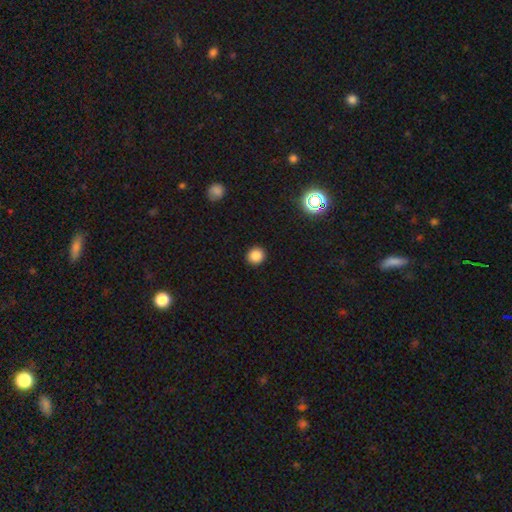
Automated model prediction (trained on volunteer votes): A smooth galaxy with no disk features (86%) that is round (90%).

Vote fractions:
- Smooth or featured? smooth: 86% / star or artifact: 11% / featured or disk: 3%
- How rounded? round: 90% / in between: 9% / cigar-shaped: 1%
- Merging? none: 93% / minor disturbance: 5% / major disturbance: 2% / merger: 1%